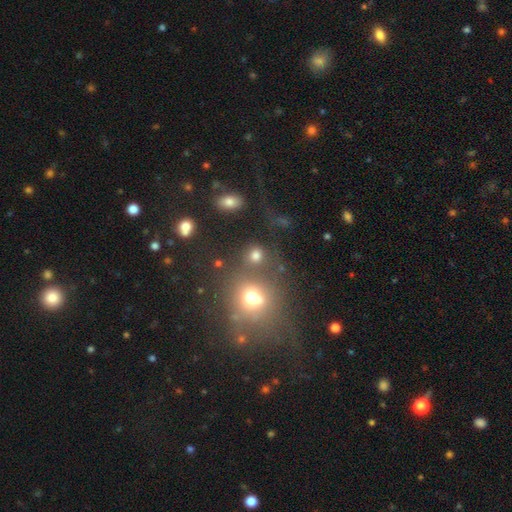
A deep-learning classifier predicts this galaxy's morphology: smooth_or_featured: smooth (p=0.75) [alt: star or artifact p=0.17]
how_rounded: round (p=0.81) [alt: in between p=0.18]
merging: none (p=0.61) [alt: merger p=0.22]